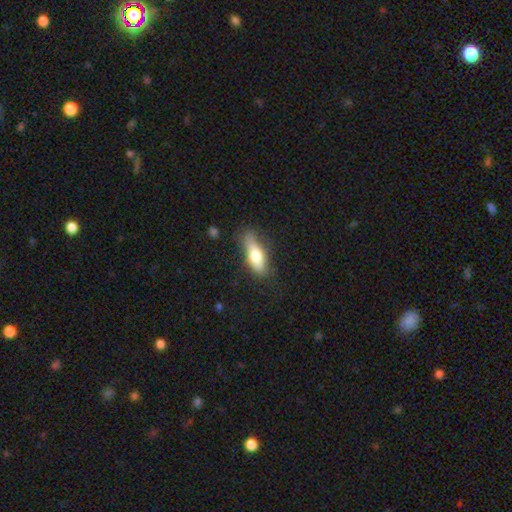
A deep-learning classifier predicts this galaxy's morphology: This appears to be a smooth galaxy with no disk features (70%) that is in between round and cigar-shaped (59%). Merging: none (64%).